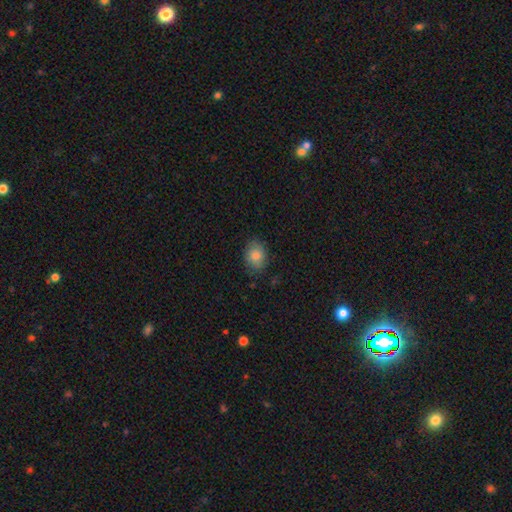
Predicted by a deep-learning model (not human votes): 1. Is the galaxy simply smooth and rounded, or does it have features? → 80% smooth, 11% featured or disk, 8% star or artifact.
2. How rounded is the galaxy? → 59% in between, 40% round, 1% cigar-shaped.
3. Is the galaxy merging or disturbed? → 80% none, 16% minor disturbance, 3% major disturbance, 1% merger.